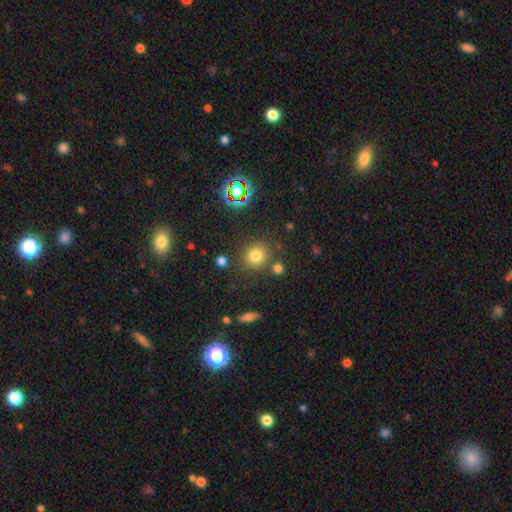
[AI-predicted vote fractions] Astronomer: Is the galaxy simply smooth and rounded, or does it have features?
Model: smooth — 75%.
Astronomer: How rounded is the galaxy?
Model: round — 88%.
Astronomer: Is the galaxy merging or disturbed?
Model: none — 80%.